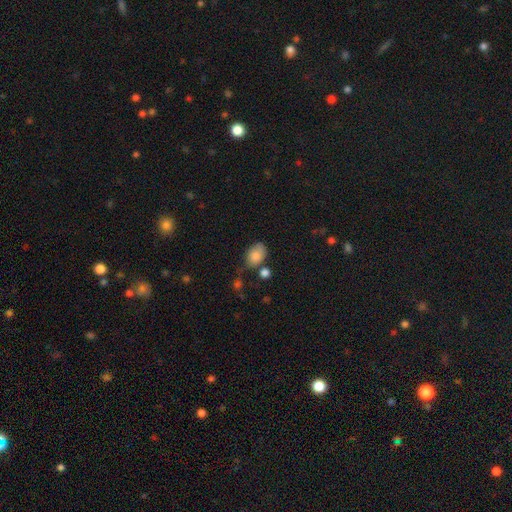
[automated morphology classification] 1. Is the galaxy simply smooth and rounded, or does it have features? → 83% smooth, 9% featured or disk, 8% star or artifact.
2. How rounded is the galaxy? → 78% in between, 20% round, 1% cigar-shaped.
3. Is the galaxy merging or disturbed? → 50% none, 29% minor disturbance, 10% merger, 10% major disturbance.